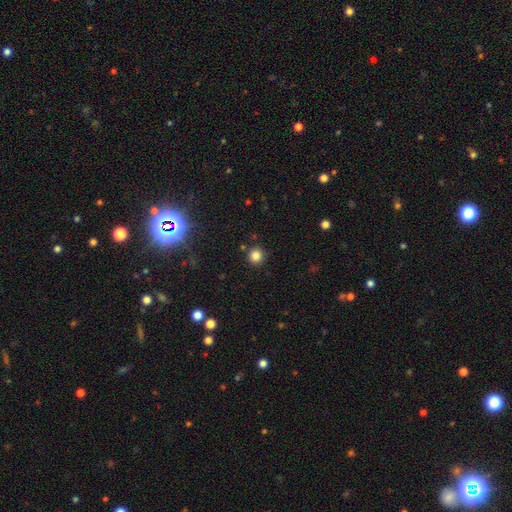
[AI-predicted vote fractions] This appears to be a smooth galaxy with no disk features (83%) that is round (92%). Merging: none (89%).